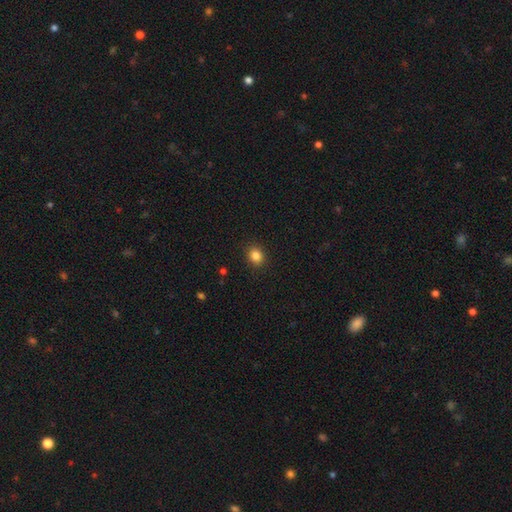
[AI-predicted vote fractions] Morphology: type=smooth (85%); roundness=round (67%); merging=none (90%).